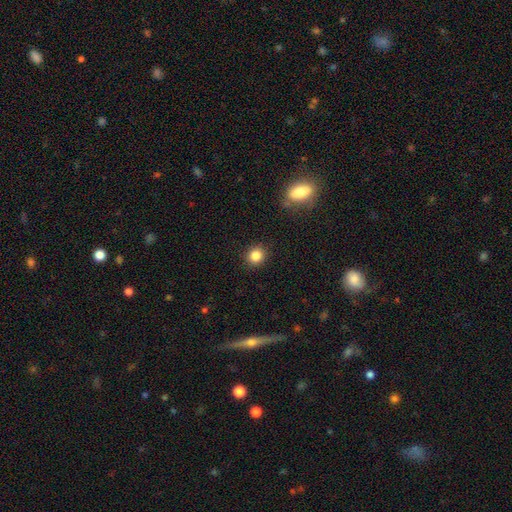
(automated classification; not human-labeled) smooth 84%, star or artifact 11%, featured or disk 5%. Down the decision tree: how rounded — round (82%); merging — none (90%).